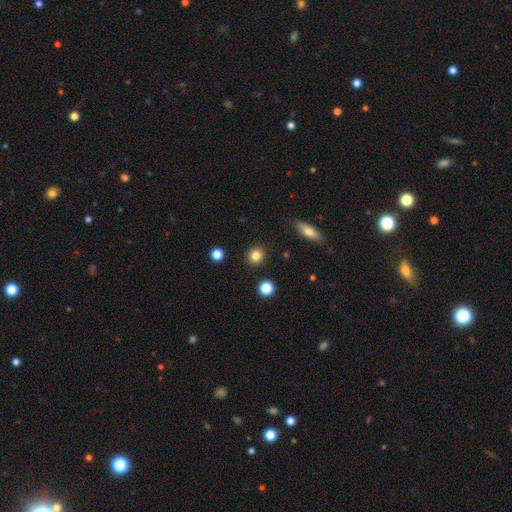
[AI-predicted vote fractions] Smooth or featured? smooth (84%)
How rounded? round (85%)
Merging? none (91%)